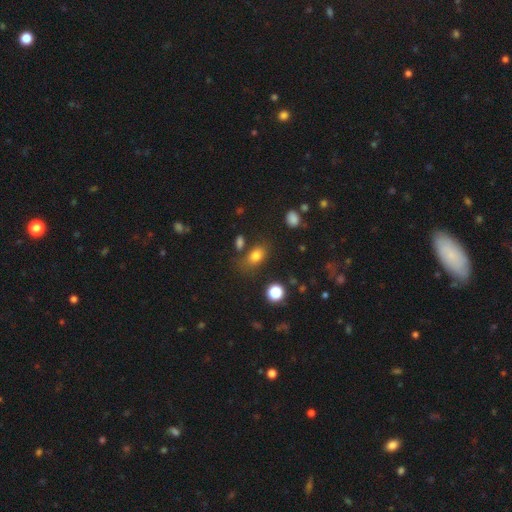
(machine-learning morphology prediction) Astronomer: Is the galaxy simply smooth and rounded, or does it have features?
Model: smooth — 79%.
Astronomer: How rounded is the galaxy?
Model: in between — 79%.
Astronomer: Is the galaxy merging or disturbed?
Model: none — 68%.